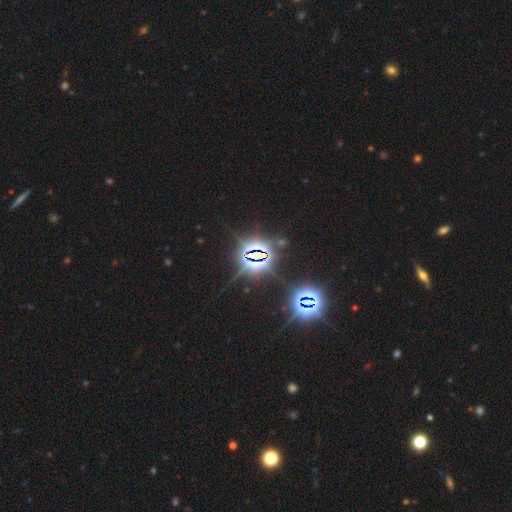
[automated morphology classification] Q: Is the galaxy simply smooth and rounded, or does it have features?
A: star or artifact — 86%.